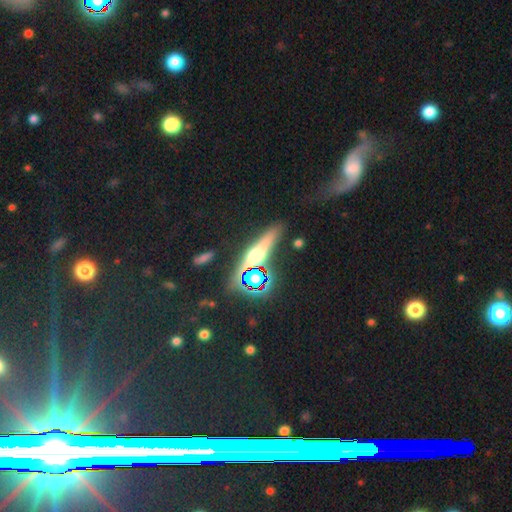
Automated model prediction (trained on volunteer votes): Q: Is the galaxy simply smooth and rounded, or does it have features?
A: featured or disk — 38%.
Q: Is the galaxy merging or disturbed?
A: none — 78%.